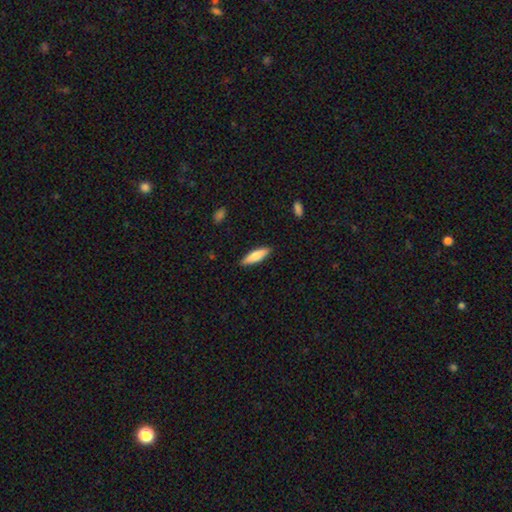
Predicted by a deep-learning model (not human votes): This appears to be a smooth galaxy with no disk features (75%) that is cigar-shaped (64%). Merging: none (88%).